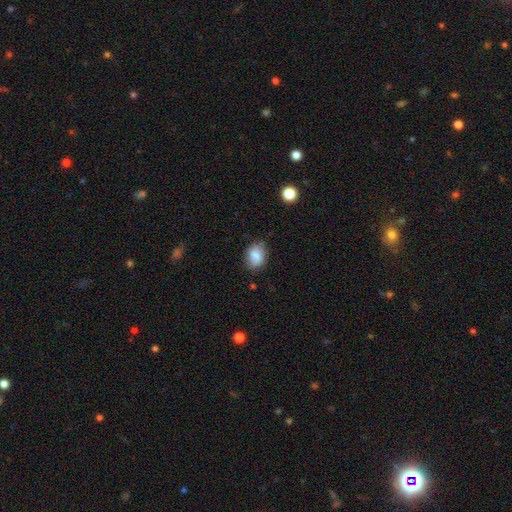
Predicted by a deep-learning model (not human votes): Smooth or featured: smooth — 80% (featured or disk — 12%)
How rounded: in between — 71% (round — 27%)
Merging: none — 73% (minor disturbance — 21%)